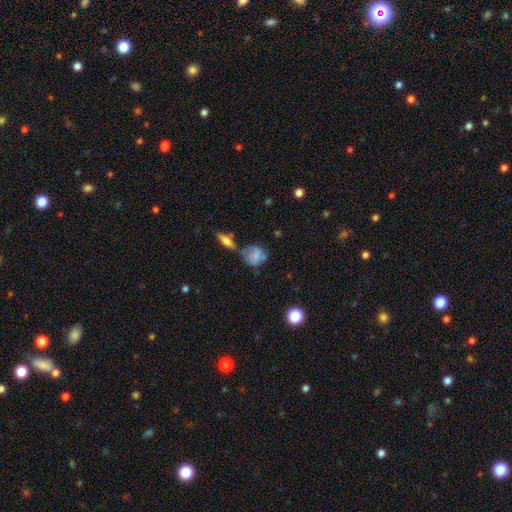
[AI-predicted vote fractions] smooth-or-featured: smooth: 70% | featured or disk: 20% | star or artifact: 10%
  how-rounded: round: 62% | in between: 36% | cigar-shaped: 3%
  merging: none: 46% | minor disturbance: 25% | merger: 17% | major disturbance: 12%